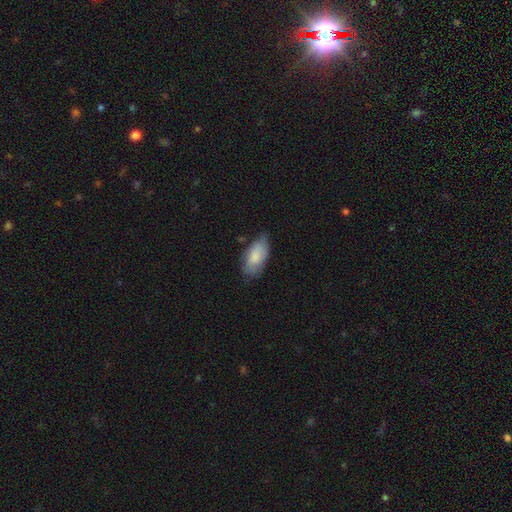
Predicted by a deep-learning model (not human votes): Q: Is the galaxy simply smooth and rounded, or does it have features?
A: smooth — 78%.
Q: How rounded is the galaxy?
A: in between — 92%.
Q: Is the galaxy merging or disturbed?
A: none — 58%.